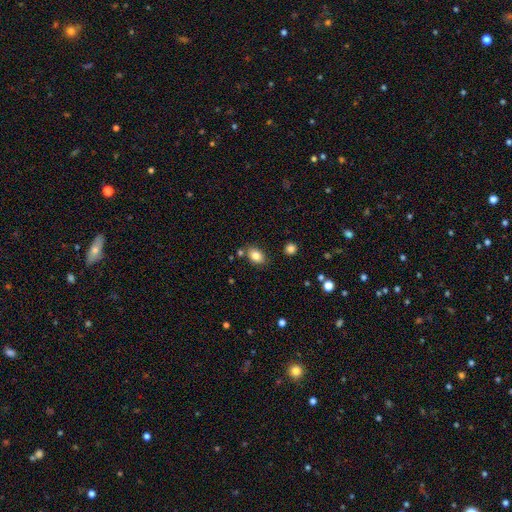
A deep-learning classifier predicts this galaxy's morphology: type=smooth (83%); roundness=in between (82%); merging=none (76%).